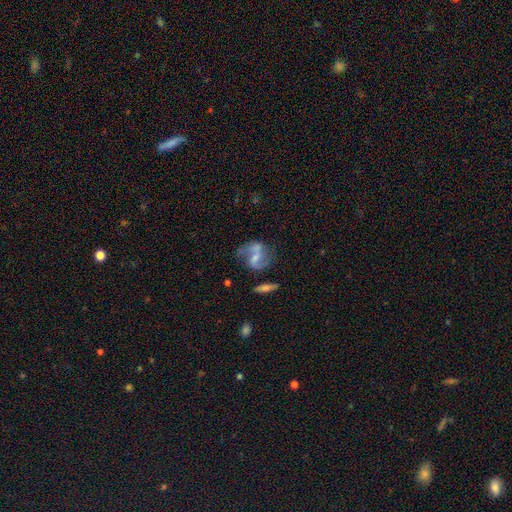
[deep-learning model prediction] A featured or disk galaxy (76%) with a weak bar (46%), 2 (86%) loose (51%) spiral arms (88%) and a small central bulge (43%).

Vote fractions:
- Smooth or featured? featured or disk: 76% / smooth: 17% / star or artifact: 7%
- Edge-on disk? no: 97% / yes: 3%
- Bar? weak: 46% / strong: 31% / no: 24%
- Spiral arms? yes: 88% / no: 12%
- Spiral winding? loose: 51% / medium: 39% / tight: 10%
- Spiral arm count? 2: 86% / can't tell: 5% / 1: 5% / 3: 1% / 4: 1% / more than 4: 1%
- Bulge size? small: 43% / moderate: 30% / none: 22% / large: 4% / dominant: 1%
- Merging? none: 56% / minor disturbance: 20% / major disturbance: 14% / merger: 10%